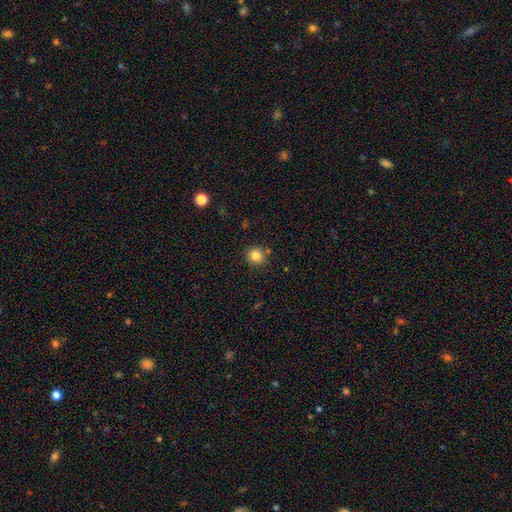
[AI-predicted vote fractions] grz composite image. It shows a smooth galaxy with no disk features (83%) that is round (90%). Merging: none (85%).